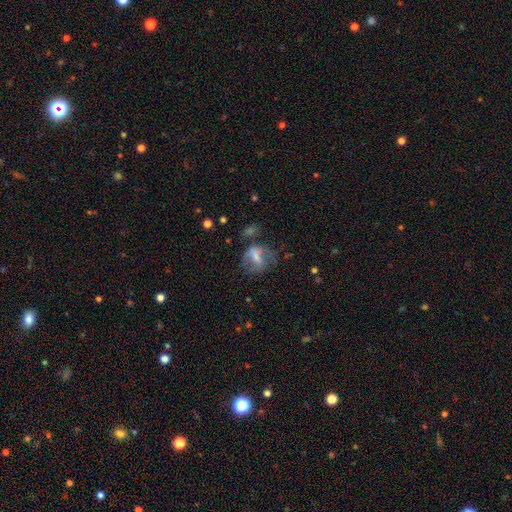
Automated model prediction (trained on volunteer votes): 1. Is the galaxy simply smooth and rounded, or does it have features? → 49% smooth, 40% featured or disk, 11% star or artifact.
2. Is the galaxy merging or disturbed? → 38% none, 29% major disturbance, 24% minor disturbance, 9% merger.